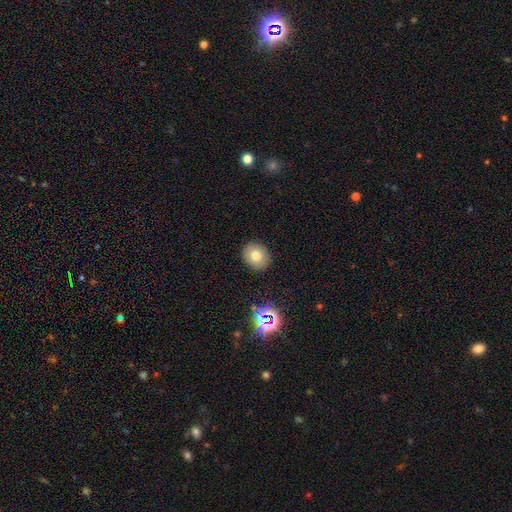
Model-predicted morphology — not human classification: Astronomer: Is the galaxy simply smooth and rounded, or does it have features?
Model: smooth — 74%.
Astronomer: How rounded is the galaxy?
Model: round — 68%.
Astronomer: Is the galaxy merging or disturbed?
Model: none — 89%.